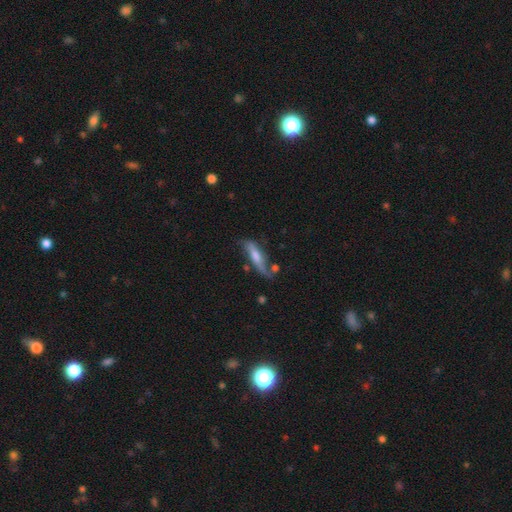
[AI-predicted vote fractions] Smooth or featured: featured or disk — 48% (smooth — 45%)
Merging: none — 51% (minor disturbance — 26%)